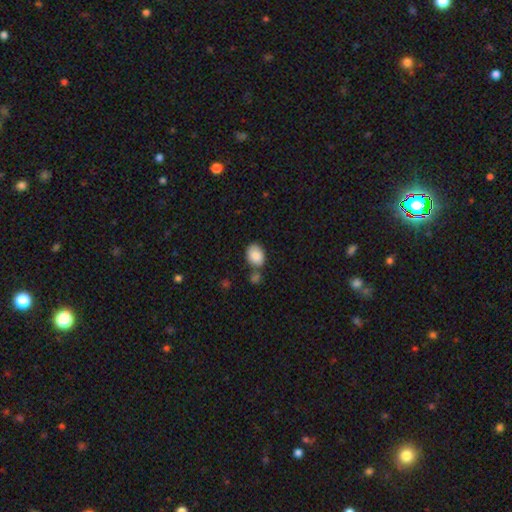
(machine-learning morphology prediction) The model was most divided on "merging": none: 59%, merger: 20%, minor disturbance: 16%, major disturbance: 5%. More confident: smooth or featured — smooth (87%); how rounded — in between (76%).